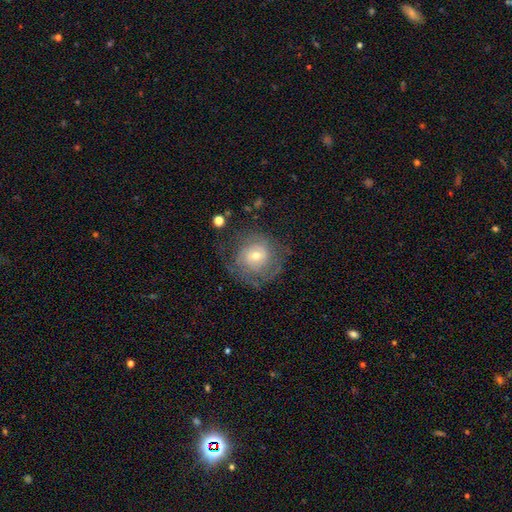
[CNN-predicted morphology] Smooth or featured?
  - featured or disk: 60% *
  - smooth: 31%
  - star or artifact: 9%
Edge-on disk?
  - no: 97% *
  - yes: 3%
Bar?
  - no: 67% *
  - weak: 27%
  - strong: 6%
Spiral arms?
  - yes: 72% *
  - no: 28%
Bulge size?
  - moderate: 50% *
  - small: 44%
  - large: 4%
  - none: 1%
  - dominant: 1%
Merging?
  - none: 63% *
  - minor disturbance: 19%
  - major disturbance: 16%
  - merger: 2%